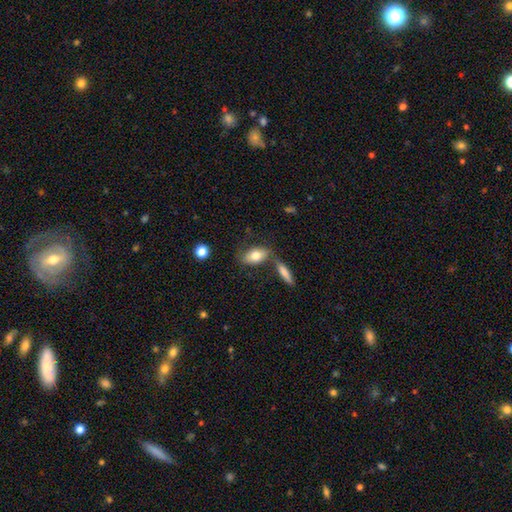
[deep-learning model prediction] This is likely a smooth galaxy (75%). How rounded: clearly in between (86%). Merging: likely none (60%).